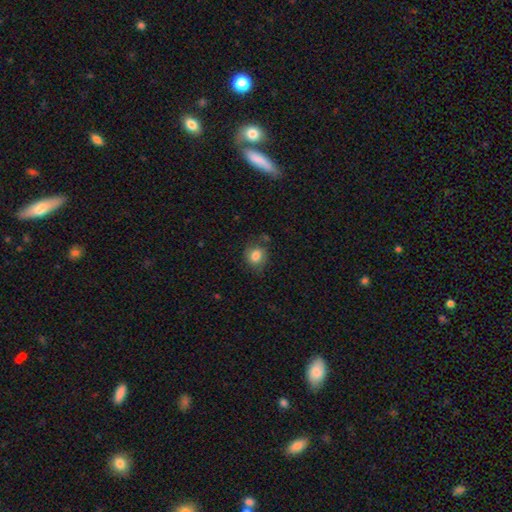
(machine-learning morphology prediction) This appears to be a smooth galaxy with no disk features (80%) that is round (70%). Merging: none (71%).